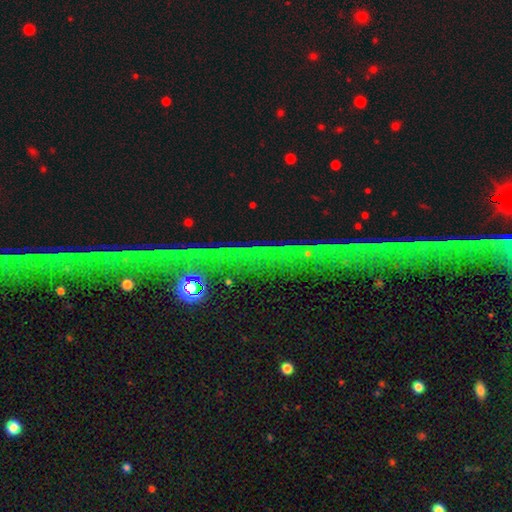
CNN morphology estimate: The model was most divided on "smooth or featured": star or artifact: 80%, featured or disk: 12%, smooth: 8%.